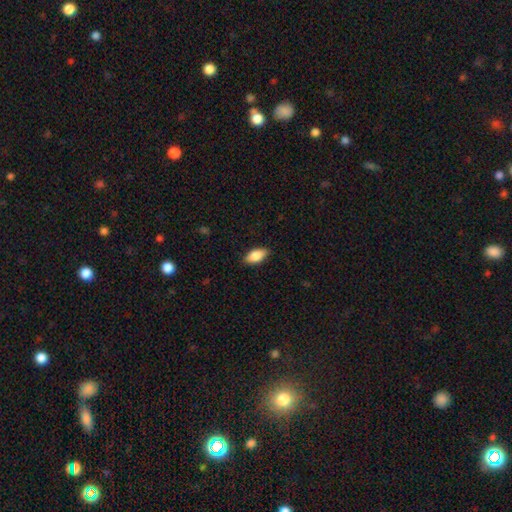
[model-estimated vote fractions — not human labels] Q: Smooth or featured?
A: smooth (84%); runner-up: featured or disk (9%)
Q: How rounded?
A: in between (89%); runner-up: cigar-shaped (8%)
Q: Merging?
A: none (85%); runner-up: minor disturbance (12%)